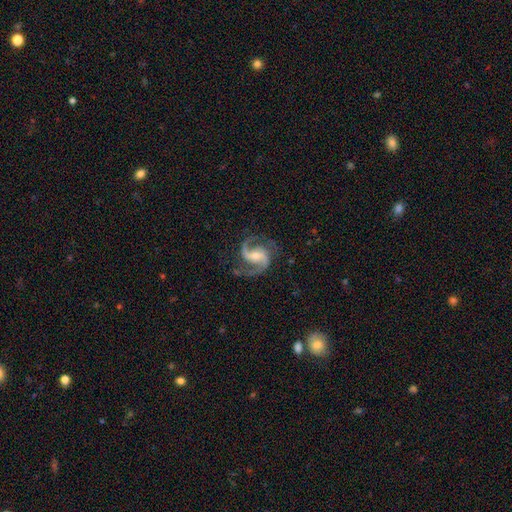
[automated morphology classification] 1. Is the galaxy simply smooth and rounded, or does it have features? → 93% featured or disk, 4% star or artifact, 3% smooth.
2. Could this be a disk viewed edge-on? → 98% no, 2% yes.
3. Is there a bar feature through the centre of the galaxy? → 42% weak, 35% no, 23% strong.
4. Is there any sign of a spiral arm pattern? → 98% yes, 2% no.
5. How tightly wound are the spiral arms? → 61% medium, 27% loose, 12% tight.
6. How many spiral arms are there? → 89% 2, 5% 3, 2% can't tell, 2% 1, 1% 4, 1% more than 4.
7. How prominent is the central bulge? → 47% small, 46% moderate, 3% none, 3% large, 1% dominant.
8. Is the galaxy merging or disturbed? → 75% none, 15% minor disturbance, 8% major disturbance, 2% merger.